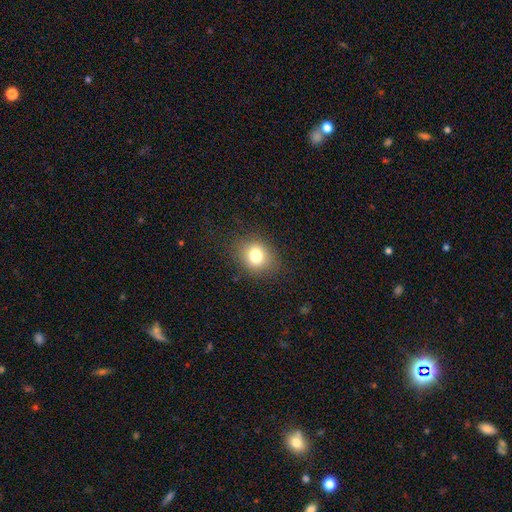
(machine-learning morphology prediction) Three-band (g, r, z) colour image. It shows a smooth galaxy with no disk features (79%) that is round (63%). Merging: none (85%).